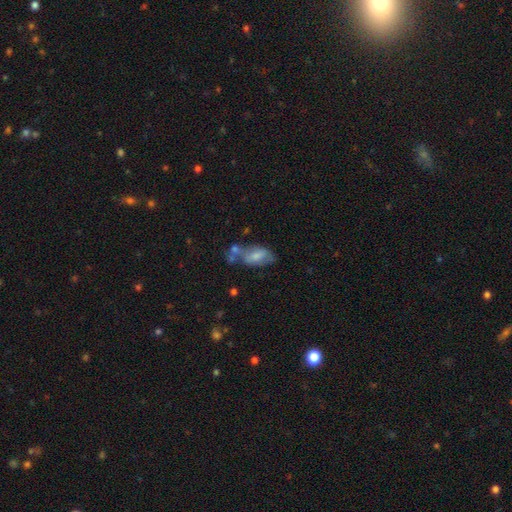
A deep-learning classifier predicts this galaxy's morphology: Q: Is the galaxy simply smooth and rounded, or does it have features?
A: smooth — 61%.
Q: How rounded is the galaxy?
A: in between — 88%.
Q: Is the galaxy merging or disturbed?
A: none — 34%.